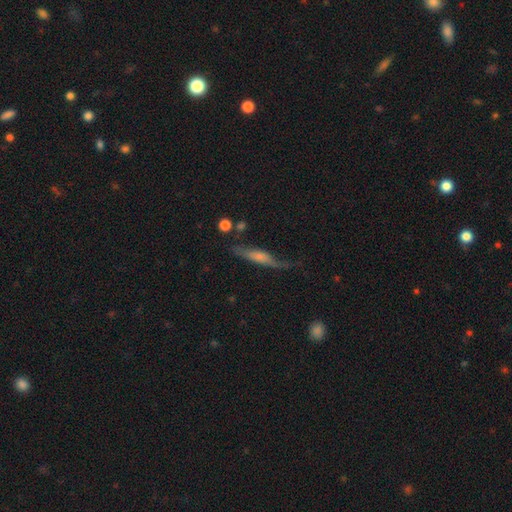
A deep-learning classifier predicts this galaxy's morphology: smooth-or-featured: featured or disk: 57% | smooth: 35% | star or artifact: 8%
  disk-edge-on: yes: 83% | no: 17%
  merging: none: 56% | minor disturbance: 27% | major disturbance: 13% | merger: 4%